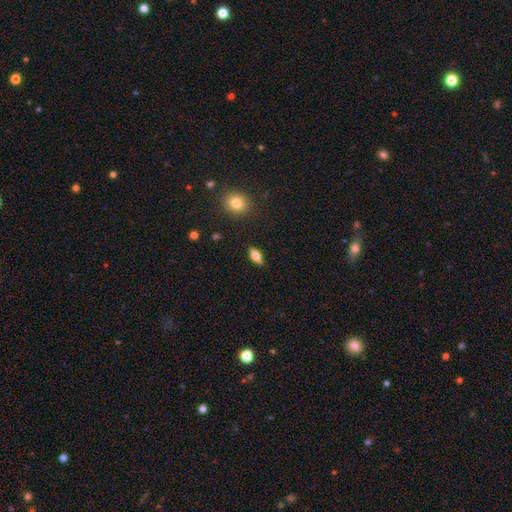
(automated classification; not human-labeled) Smooth or featured?
  - smooth: 56% *
  - featured or disk: 36%
  - star or artifact: 8%
How rounded?
  - in between: 72% *
  - cigar-shaped: 22%
  - round: 5%
Merging?
  - none: 87% *
  - minor disturbance: 9%
  - major disturbance: 2%
  - merger: 1%